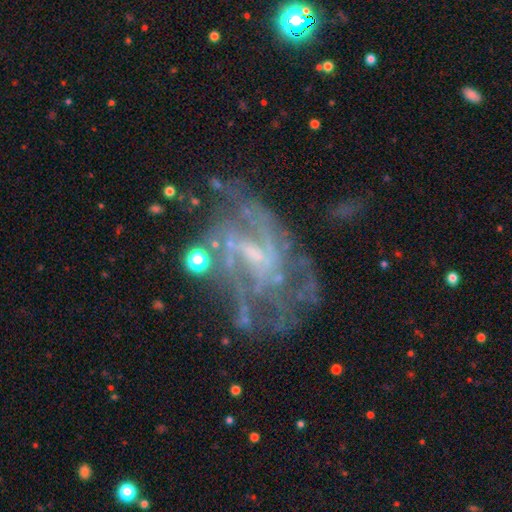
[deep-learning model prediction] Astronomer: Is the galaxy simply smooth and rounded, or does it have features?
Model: featured or disk — 80%.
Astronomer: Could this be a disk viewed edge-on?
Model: no — 97%.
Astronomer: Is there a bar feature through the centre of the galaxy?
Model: weak — 48% (runner-up: no, 37%).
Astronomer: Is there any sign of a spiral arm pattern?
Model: yes — 74%.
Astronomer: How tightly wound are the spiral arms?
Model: medium — 42% (runner-up: tight, 34%).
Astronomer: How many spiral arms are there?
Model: can't tell — 48%.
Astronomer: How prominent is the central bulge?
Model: small — 47% (runner-up: none, 31%).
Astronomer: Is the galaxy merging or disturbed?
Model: none — 47% (runner-up: major disturbance, 27%).